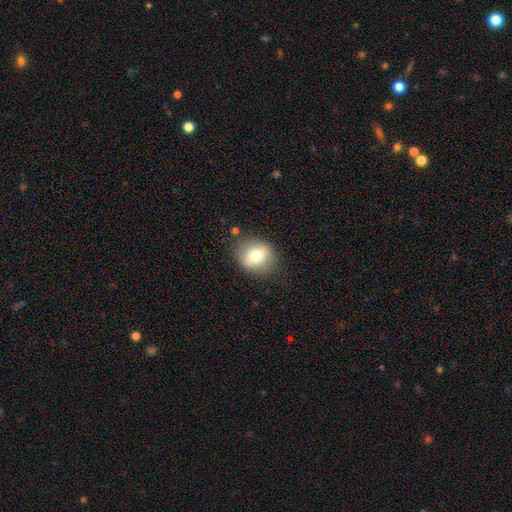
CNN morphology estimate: smooth 74%, featured or disk 17%, star or artifact 8%. Down the decision tree: how rounded — round (59%); merging — none (80%).